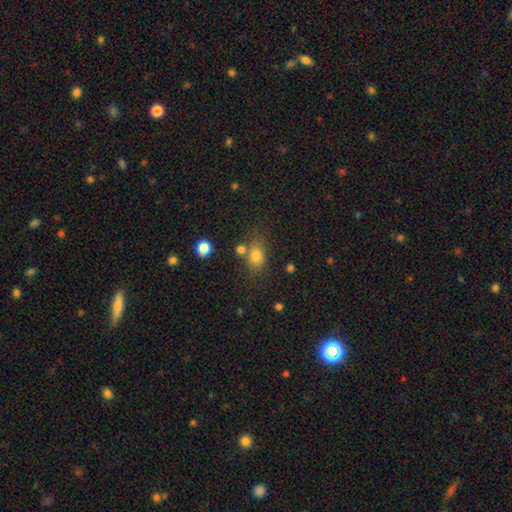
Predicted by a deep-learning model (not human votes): smooth 77%, star or artifact 13%, featured or disk 10%. Down the decision tree: how rounded — in between (65%); merging — none (61%).